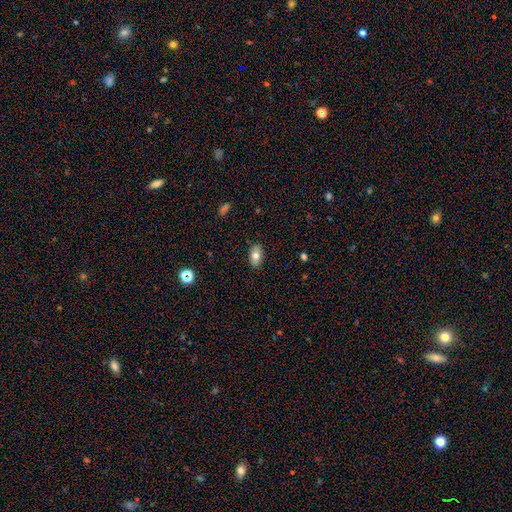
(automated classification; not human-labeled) Smooth or featured: smooth — 74% (featured or disk — 17%)
How rounded: in between — 89% (round — 8%)
Merging: none — 85% (minor disturbance — 11%)